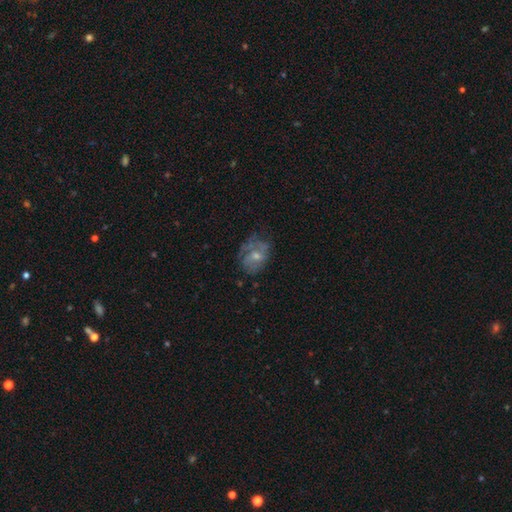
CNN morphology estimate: featured or disk 56%, smooth 30%, star or artifact 14%. Down the decision tree: edge-on disk — no (96%); bar — no (71%); spiral arms — yes (58%); bulge size — moderate (49%); merging — none (59%).